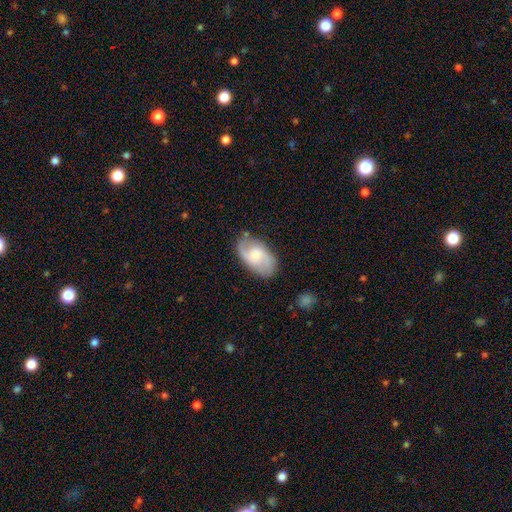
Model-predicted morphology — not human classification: smooth_or_featured: featured or disk (p=0.63) [alt: smooth p=0.31]
disk_edge_on: no (p=0.95) [alt: yes p=0.05]
bar: no (p=0.56) [alt: weak p=0.38]
has_spiral_arms: yes (p=0.90) [alt: no p=0.10]
spiral_winding: medium (p=0.47) [alt: loose p=0.34]
spiral_arm_count: 2 (p=0.82) [alt: can't tell p=0.09]
bulge_size: moderate (p=0.46) [alt: small p=0.43]
merging: none (p=0.76) [alt: minor disturbance p=0.17]